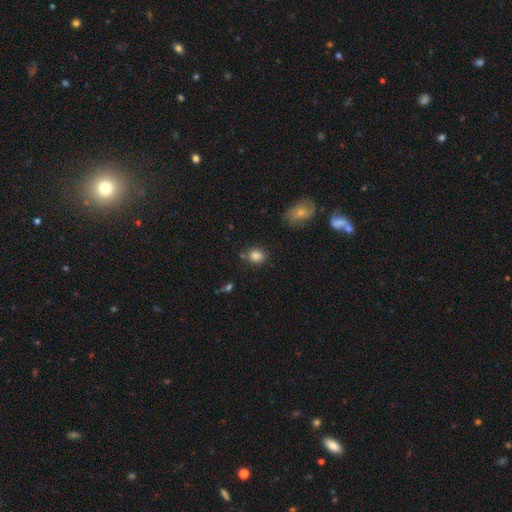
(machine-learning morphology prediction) The model was most divided on "how rounded": round: 55%, in between: 44%, cigar-shaped: 1%. More confident: smooth or featured — smooth (84%); merging — none (76%).